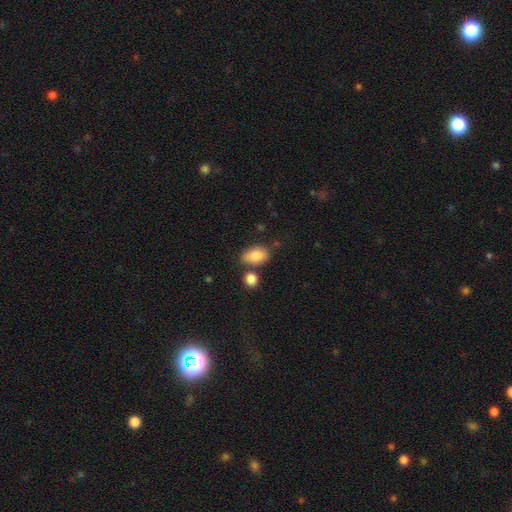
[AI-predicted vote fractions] smooth-or-featured: smooth: 85% | featured or disk: 8% | star or artifact: 7%
  how-rounded: in between: 87% | round: 11% | cigar-shaped: 2%
  merging: none: 65% | minor disturbance: 16% | merger: 15% | major disturbance: 4%